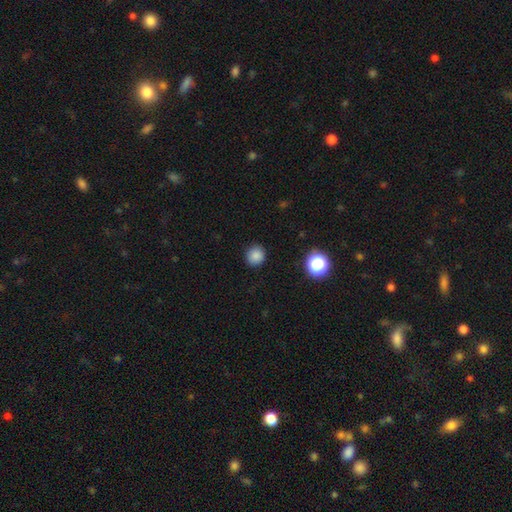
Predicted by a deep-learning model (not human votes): The model was most divided on "smooth or featured": smooth: 84%, star or artifact: 12%, featured or disk: 4%. More confident: merging — none (90%); how rounded — round (88%).